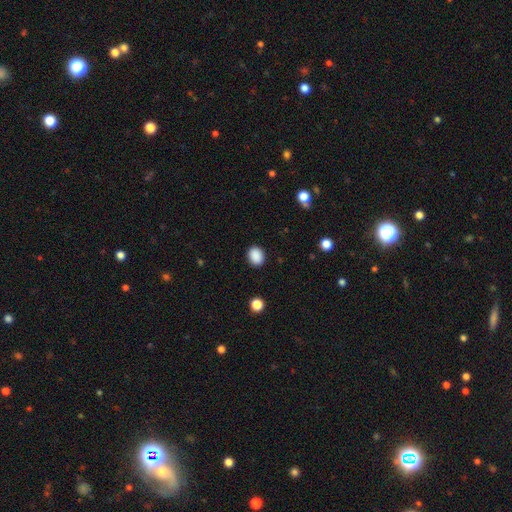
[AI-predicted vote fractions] Smooth or featured? Predicted: smooth (p=0.89). How rounded? Predicted: in between (p=0.54). Merging? Predicted: none (p=0.90).